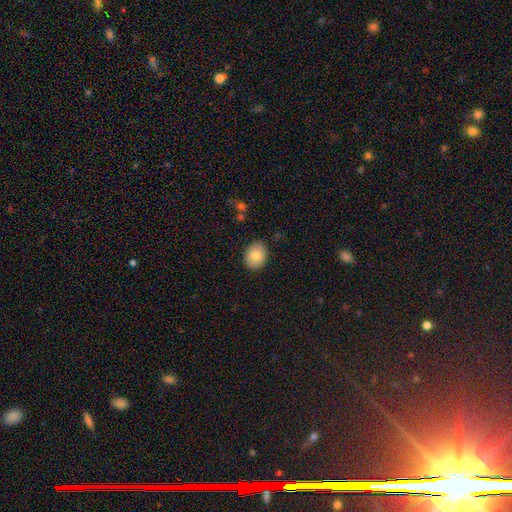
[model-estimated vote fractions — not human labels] Smooth or featured?
  - smooth: 81% *
  - featured or disk: 11%
  - star or artifact: 8%
How rounded?
  - in between: 52% *
  - round: 47%
  - cigar-shaped: 1%
Merging?
  - none: 88% *
  - minor disturbance: 9%
  - major disturbance: 2%
  - merger: 1%